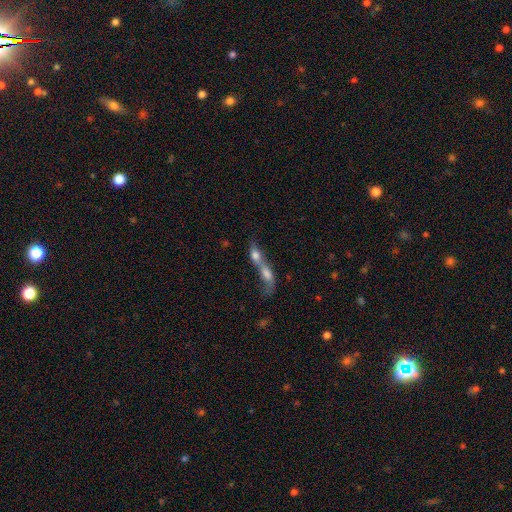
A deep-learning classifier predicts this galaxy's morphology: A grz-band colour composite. It shows a smooth galaxy with no disk features (61%) that is in between round and cigar-shaped (56%). Merging: merger (84%).